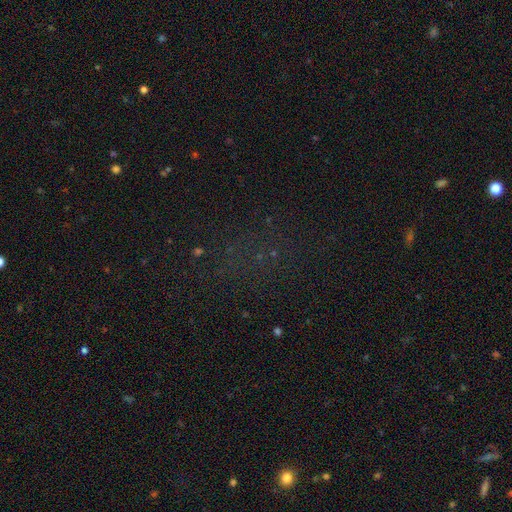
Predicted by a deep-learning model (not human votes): Overall: star or artifact (63%; smooth 24%).